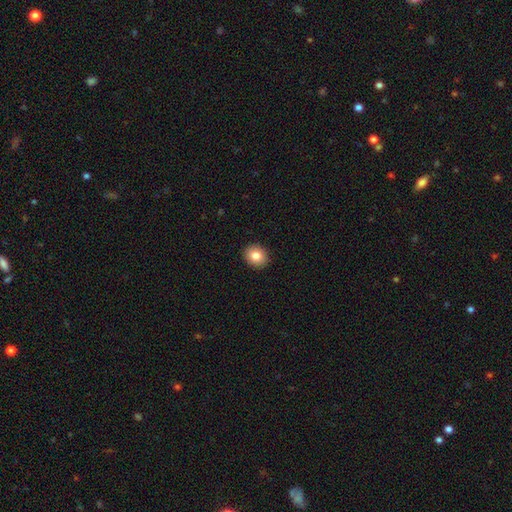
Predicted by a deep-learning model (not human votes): A smooth galaxy with no disk features (83%) that is round (69%).

Vote fractions:
- Smooth or featured? smooth: 83% / star or artifact: 9% / featured or disk: 8%
- How rounded? round: 69% / in between: 30% / cigar-shaped: 1%
- Merging? none: 92% / minor disturbance: 6% / major disturbance: 2% / merger: 1%